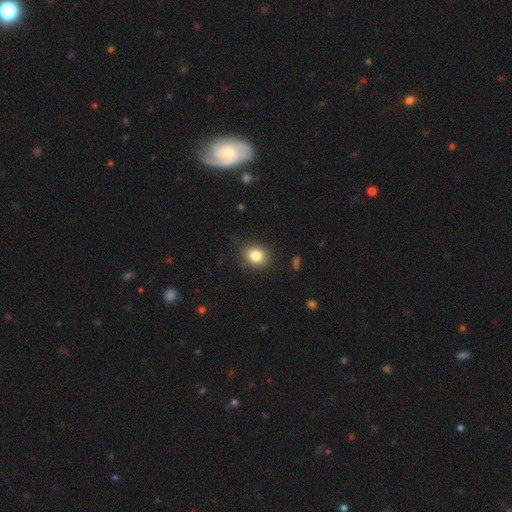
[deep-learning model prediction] Smooth or featured? smooth (83%)
How rounded? round (63%)
Merging? none (87%)